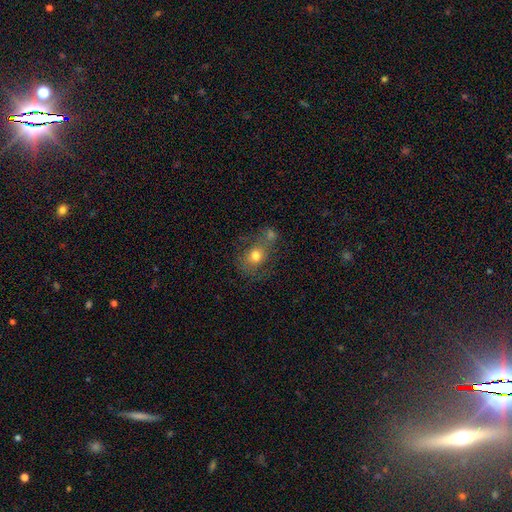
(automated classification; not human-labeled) Morphology: type=smooth (68%); roundness=round (54%); merging=none (44%).